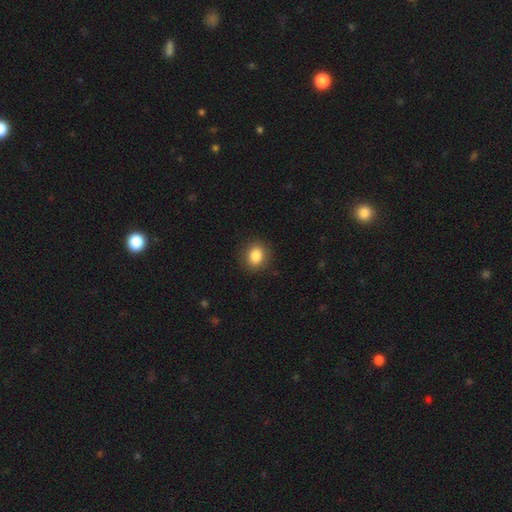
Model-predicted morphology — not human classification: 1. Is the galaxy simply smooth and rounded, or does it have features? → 85% smooth, 9% star or artifact, 6% featured or disk.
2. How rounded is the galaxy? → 66% round, 33% in between, 1% cigar-shaped.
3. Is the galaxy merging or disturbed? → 89% none, 8% minor disturbance, 3% major disturbance, 1% merger.